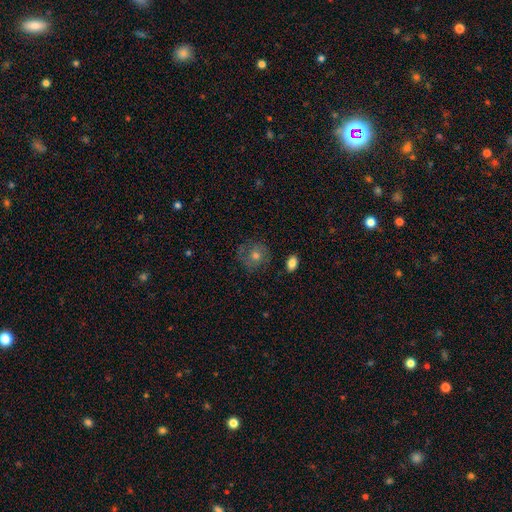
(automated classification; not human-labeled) Smooth or featured: featured or disk — 44% (smooth — 42%)
Merging: none — 76% (minor disturbance — 15%)